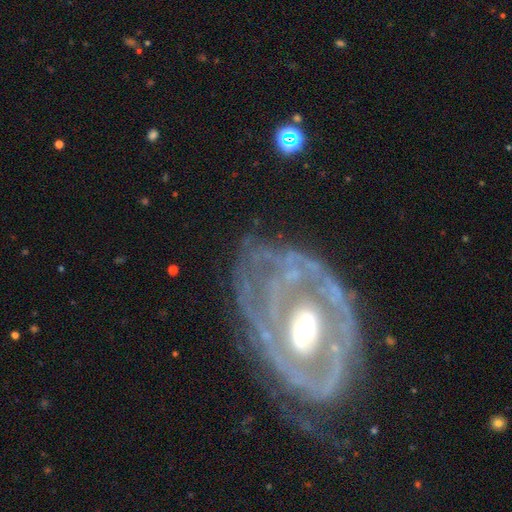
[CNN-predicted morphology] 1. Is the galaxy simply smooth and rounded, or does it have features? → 79% featured or disk, 12% smooth, 9% star or artifact.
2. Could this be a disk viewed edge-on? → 94% no, 6% yes.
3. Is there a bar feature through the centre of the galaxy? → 52% no, 26% weak, 22% strong.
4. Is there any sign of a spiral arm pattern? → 66% yes, 34% no.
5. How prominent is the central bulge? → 61% moderate, 21% small, 12% large, 3% none, 2% dominant.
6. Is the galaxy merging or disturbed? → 61% none, 18% major disturbance, 17% minor disturbance, 4% merger.